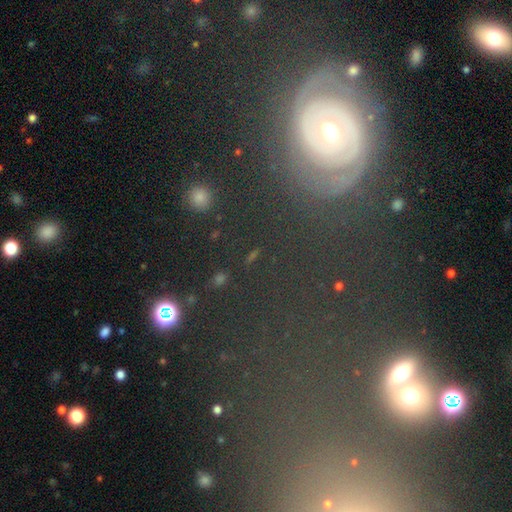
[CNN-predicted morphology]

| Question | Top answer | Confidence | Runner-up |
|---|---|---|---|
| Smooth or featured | featured or disk | 49% | star or artifact (26%) |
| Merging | none | 81% | minor disturbance (10%) |